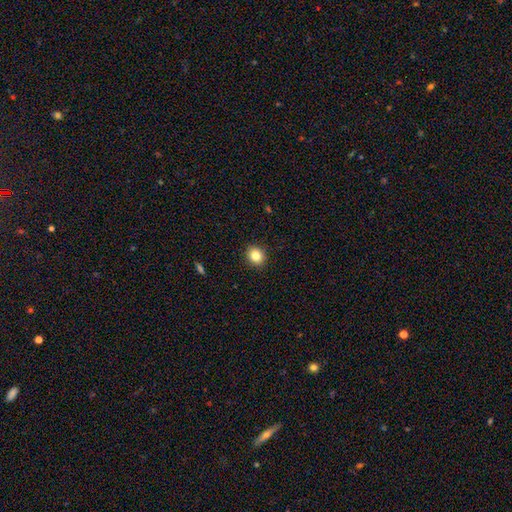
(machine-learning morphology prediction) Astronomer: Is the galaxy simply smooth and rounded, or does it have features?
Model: smooth — 83%.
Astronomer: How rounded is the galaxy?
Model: round — 79%.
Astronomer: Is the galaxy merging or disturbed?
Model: none — 91%.